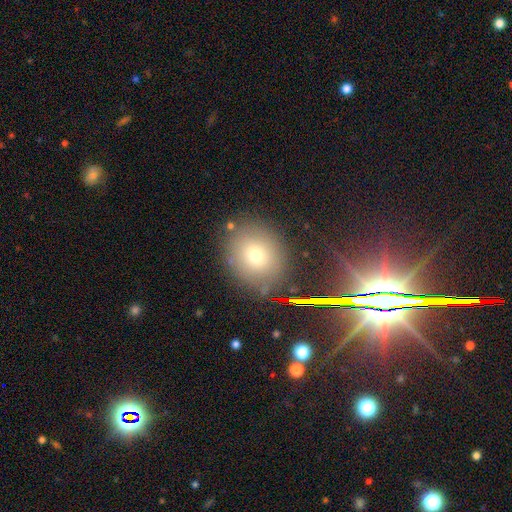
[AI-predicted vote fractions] smooth_or_featured: smooth (p=0.68) [alt: star or artifact p=0.19]
how_rounded: round (p=0.73) [alt: in between p=0.26]
merging: none (p=0.82) [alt: minor disturbance p=0.10]